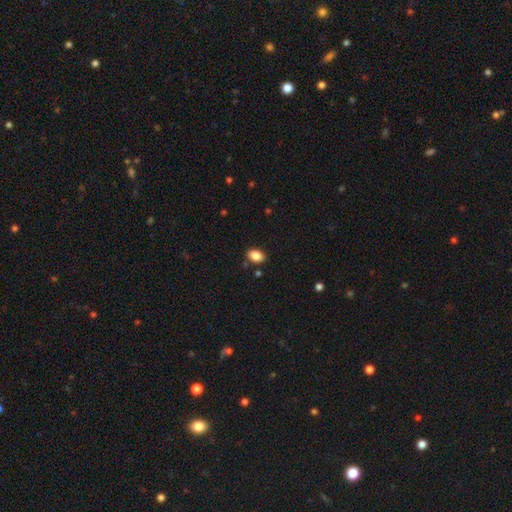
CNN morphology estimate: A smooth galaxy with no disk features (87%) that is in between round and cigar-shaped (84%).

Vote fractions:
- Smooth or featured? smooth: 87% / star or artifact: 9% / featured or disk: 5%
- How rounded? in between: 84% / round: 15% / cigar-shaped: 1%
- Merging? none: 86% / minor disturbance: 9% / merger: 2% / major disturbance: 2%